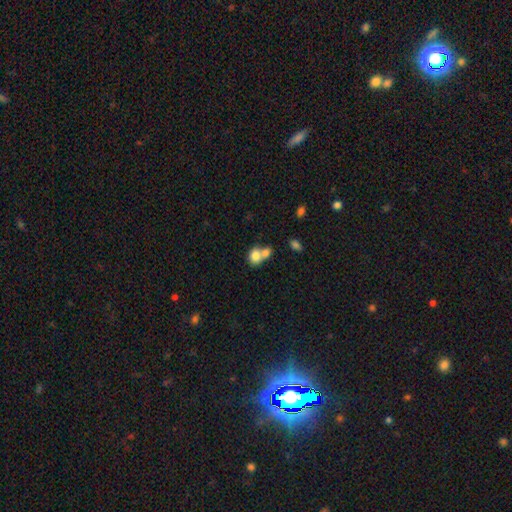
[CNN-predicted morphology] Smooth or featured? Predicted: smooth (p=0.78). How rounded? Predicted: round (p=0.53). Merging? Predicted: merger (p=0.62).